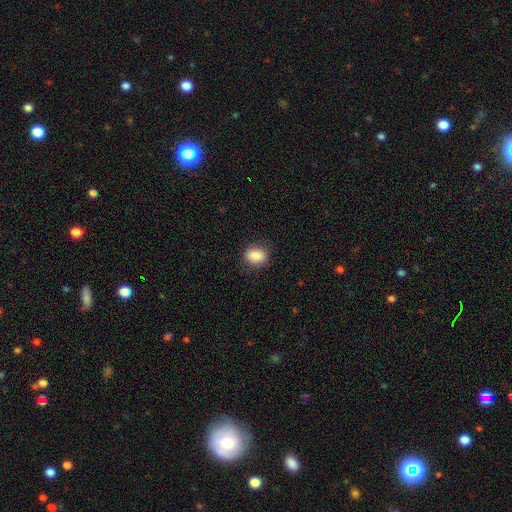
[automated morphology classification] Smooth or featured? smooth (87%)
How rounded? in between (54%)
Merging? none (85%)